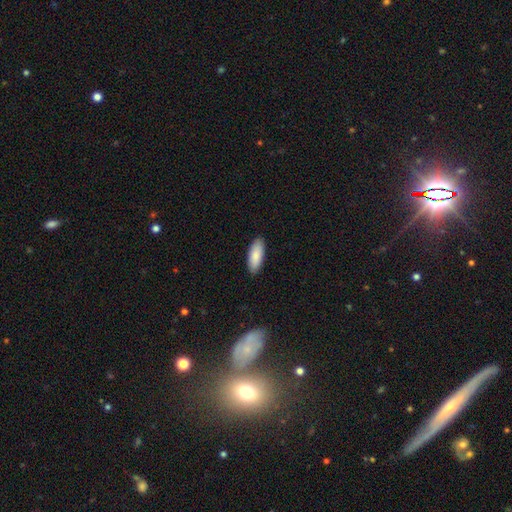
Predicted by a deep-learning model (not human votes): smooth-or-featured: smooth: 87% | featured or disk: 7% | star or artifact: 5%
  how-rounded: in between: 78% | cigar-shaped: 20% | round: 2%
  merging: none: 89% | minor disturbance: 8% | major disturbance: 2% | merger: 1%